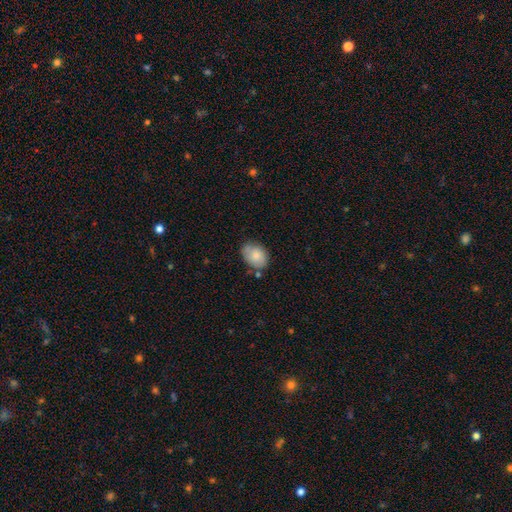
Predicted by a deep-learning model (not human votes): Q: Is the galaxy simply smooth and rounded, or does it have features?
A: smooth — 81%.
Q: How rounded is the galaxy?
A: in between — 76%.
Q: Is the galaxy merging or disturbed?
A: none — 65%.